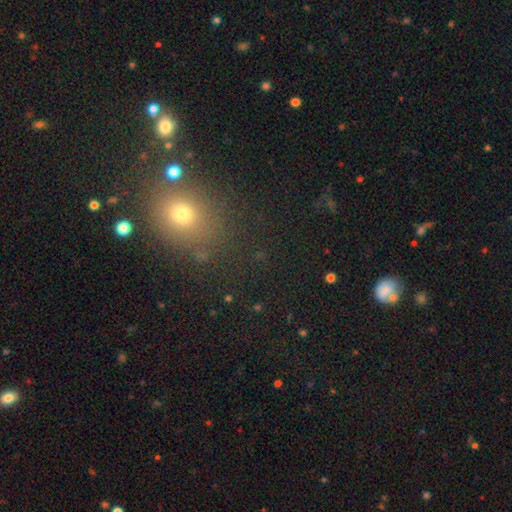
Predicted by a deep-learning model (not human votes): Smooth or featured? Predicted: smooth (p=0.56). How rounded? Predicted: round (p=0.64). Merging? Predicted: none (p=0.80).